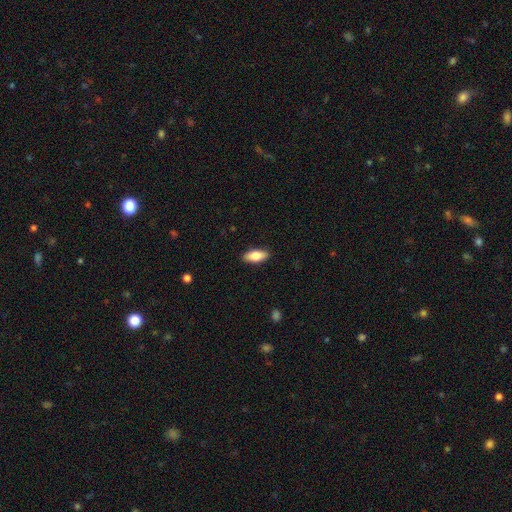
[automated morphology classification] A smooth galaxy with no disk features (79%) that is in between round and cigar-shaped (82%).

Vote fractions:
- Smooth or featured? smooth: 79% / featured or disk: 15% / star or artifact: 6%
- How rounded? in between: 82% / cigar-shaped: 16% / round: 2%
- Merging? none: 90% / minor disturbance: 8% / major disturbance: 2% / merger: 1%